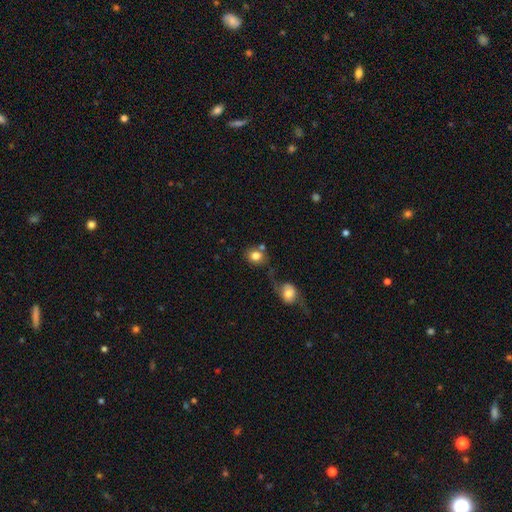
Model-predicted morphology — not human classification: A smooth galaxy with no disk features (81%) that is round (73%). Merging: none (54%).